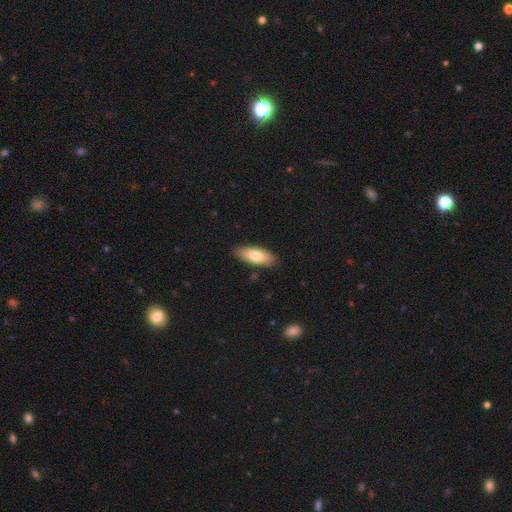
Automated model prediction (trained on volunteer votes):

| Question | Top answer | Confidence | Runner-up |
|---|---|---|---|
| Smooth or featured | smooth | 77% | featured or disk (17%) |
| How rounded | in between | 74% | cigar-shaped (24%) |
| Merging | none | 87% | minor disturbance (10%) |